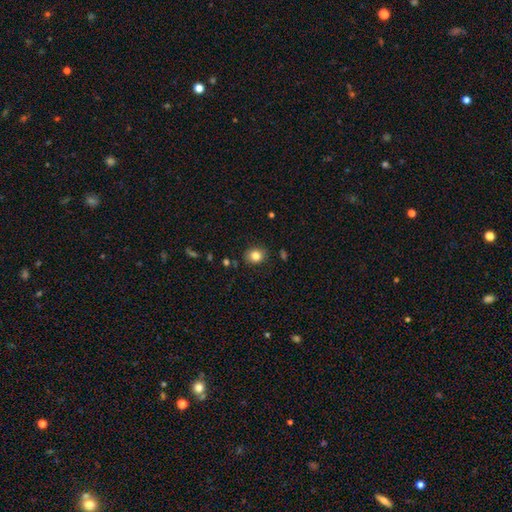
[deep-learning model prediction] Morphology: type=smooth (82%); roundness=round (68%); merging=none (86%).